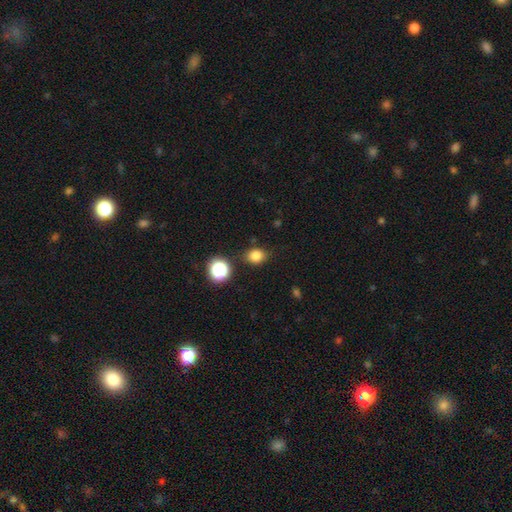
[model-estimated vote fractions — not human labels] A smooth galaxy with no disk features (81%) that is round (52%). Merging: none (79%).